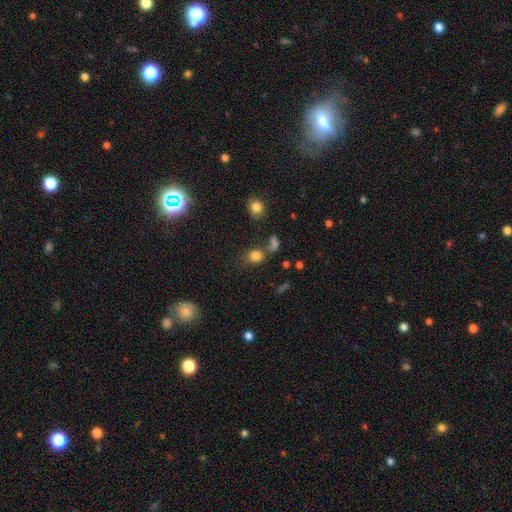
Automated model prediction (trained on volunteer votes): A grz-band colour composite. It shows a smooth galaxy with no disk features (79%) that is round (56%). Merging: none (58%).